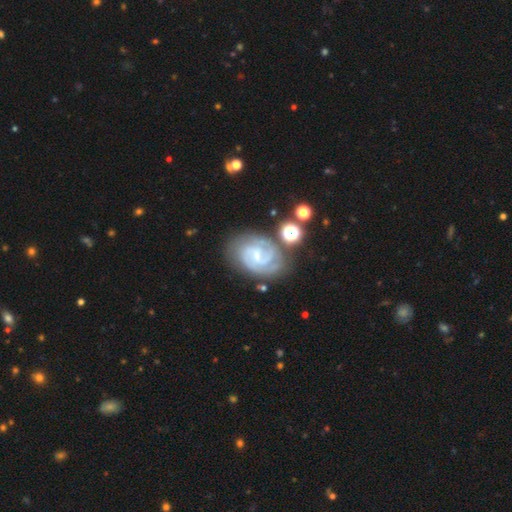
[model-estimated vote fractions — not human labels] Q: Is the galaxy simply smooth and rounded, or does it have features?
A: featured or disk — 82%.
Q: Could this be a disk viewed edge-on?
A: no — 98%.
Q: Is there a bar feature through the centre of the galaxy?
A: weak — 55%.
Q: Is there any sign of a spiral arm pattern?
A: yes — 95%.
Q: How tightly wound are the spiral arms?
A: tight — 49%.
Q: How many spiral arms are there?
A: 2 — 58%.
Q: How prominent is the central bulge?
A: small — 63%.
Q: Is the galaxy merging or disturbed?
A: none — 65%.